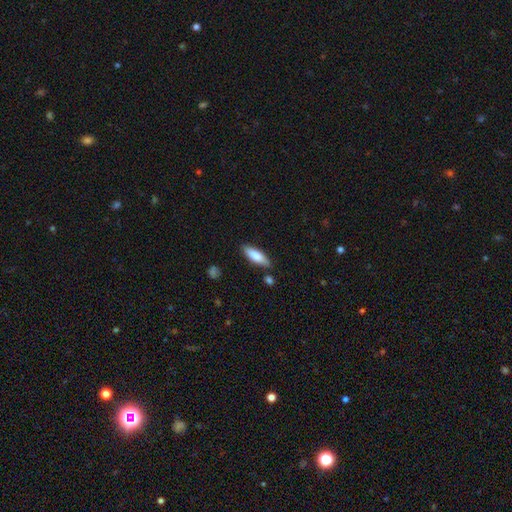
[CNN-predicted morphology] type=smooth (79%); roundness=in between (50%); merging=none (80%).